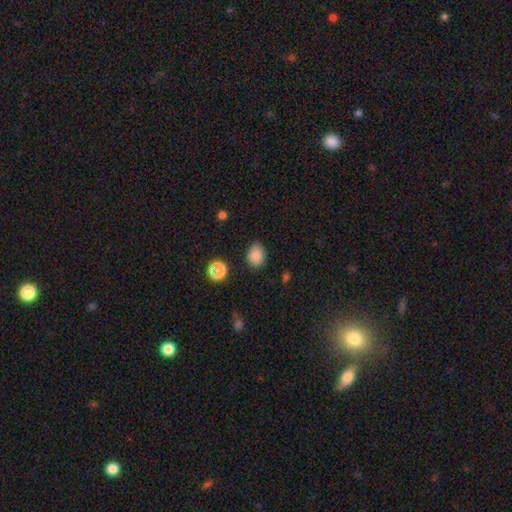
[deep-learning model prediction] Morphology: type=smooth (84%); roundness=in between (55%); merging=none (84%).